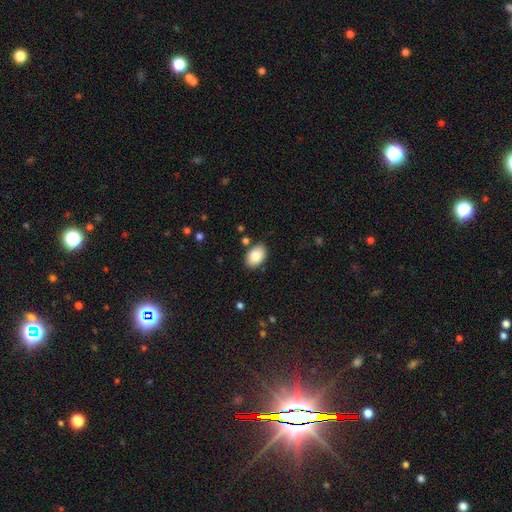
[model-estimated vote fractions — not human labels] Smooth or featured?
  - smooth: 85% *
  - featured or disk: 8%
  - star or artifact: 7%
How rounded?
  - in between: 89% *
  - round: 10%
  - cigar-shaped: 1%
Merging?
  - none: 84% *
  - minor disturbance: 11%
  - merger: 3%
  - major disturbance: 2%